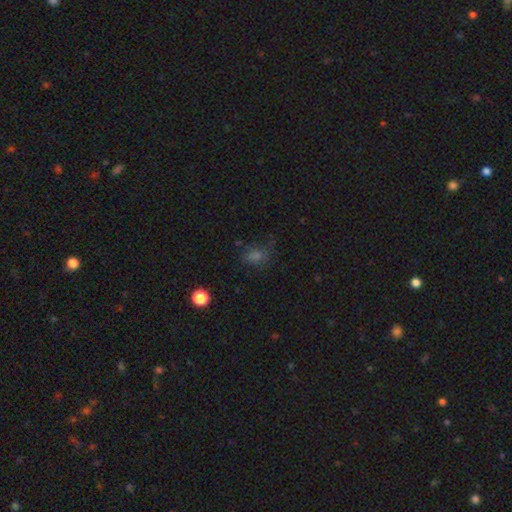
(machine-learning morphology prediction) smooth-or-featured: smooth: 56% | star or artifact: 31% | featured or disk: 13%
  how-rounded: in between: 51% | round: 47% | cigar-shaped: 2%
  merging: none: 61% | minor disturbance: 22% | major disturbance: 13% | merger: 3%